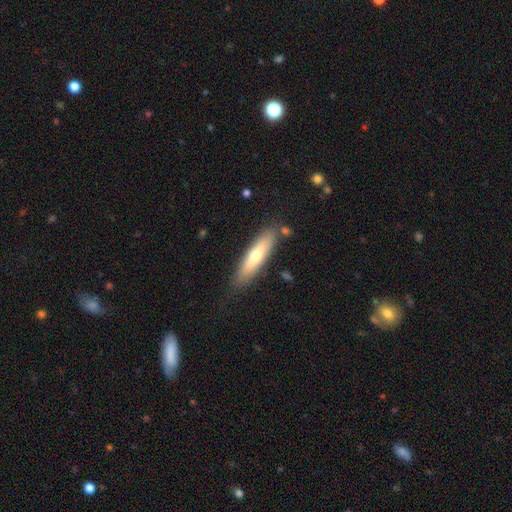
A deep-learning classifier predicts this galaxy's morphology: smooth_or_featured: smooth (p=0.60) [alt: featured or disk p=0.34]
how_rounded: cigar-shaped (p=0.75) [alt: in between p=0.24]
merging: none (p=0.81) [alt: minor disturbance p=0.12]